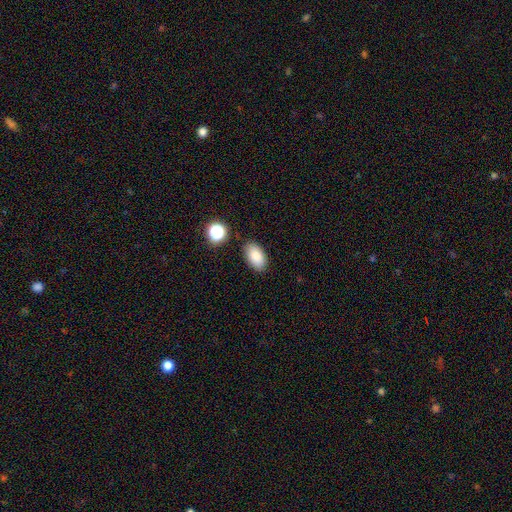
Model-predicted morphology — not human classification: A smooth galaxy with no disk features (85%) that is in between round and cigar-shaped (93%). Merging: none (85%).